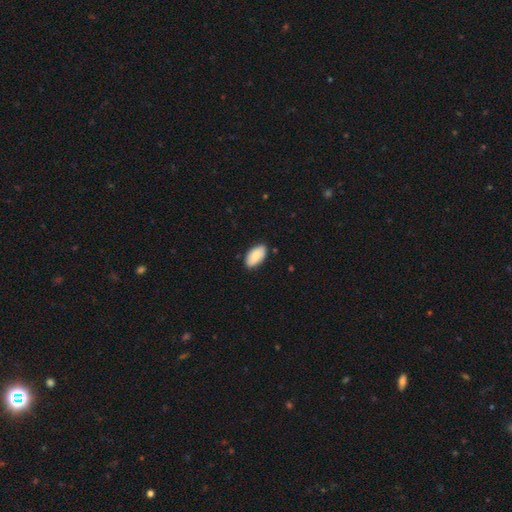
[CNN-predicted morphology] smooth_or_featured: smooth (p=0.79) [alt: featured or disk p=0.15]
how_rounded: in between (p=0.95) [alt: round p=0.03]
merging: none (p=0.85) [alt: minor disturbance p=0.12]